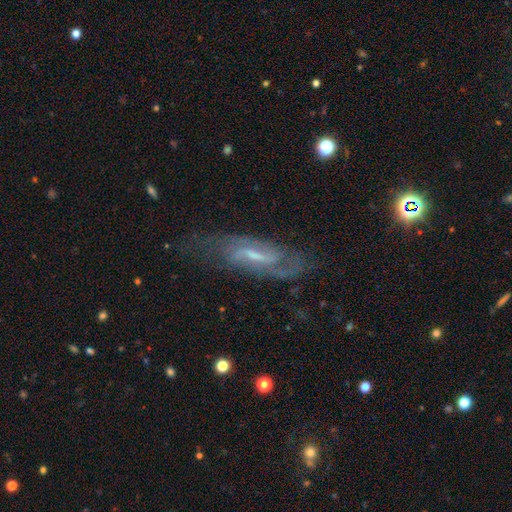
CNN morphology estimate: smooth_or_featured: featured or disk (p=0.81) [alt: smooth p=0.11]
disk_edge_on: no (p=0.83) [alt: yes p=0.17]
bar: weak (p=0.52) [alt: strong p=0.30]
has_spiral_arms: yes (p=0.93) [alt: no p=0.07]
spiral_winding: medium (p=0.48) [alt: tight p=0.31]
spiral_arm_count: 2 (p=0.73) [alt: can't tell p=0.16]
bulge_size: small (p=0.53) [alt: moderate p=0.31]
merging: none (p=0.74) [alt: minor disturbance p=0.17]